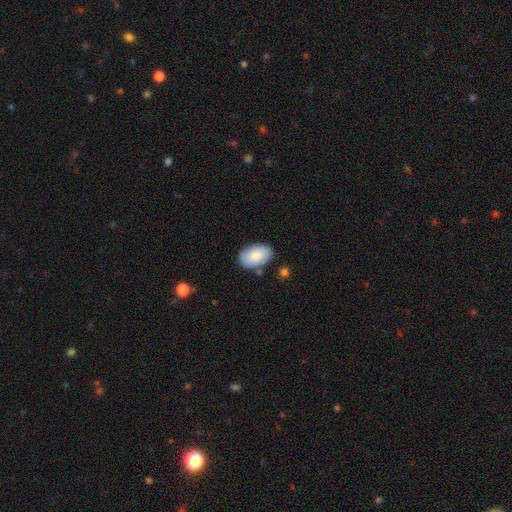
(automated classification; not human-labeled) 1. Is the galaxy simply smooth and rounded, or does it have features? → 84% smooth, 10% featured or disk, 6% star or artifact.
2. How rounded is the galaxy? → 92% in between, 7% round, 1% cigar-shaped.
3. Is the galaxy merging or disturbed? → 79% none, 14% minor disturbance, 4% merger, 3% major disturbance.